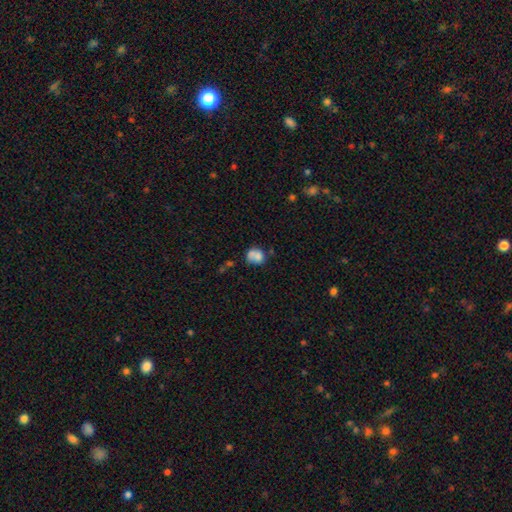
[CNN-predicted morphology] Overall: smooth (72%). How rounded: round (62%; in between 37%). Merging: merger (41%; none 33%).